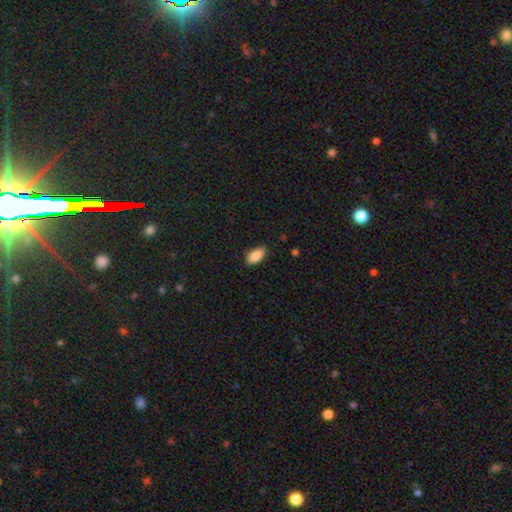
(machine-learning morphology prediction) Smooth or featured?
  - smooth: 87% *
  - star or artifact: 7%
  - featured or disk: 6%
How rounded?
  - in between: 92% *
  - cigar-shaped: 5%
  - round: 3%
Merging?
  - none: 83% *
  - minor disturbance: 13%
  - major disturbance: 2%
  - merger: 1%